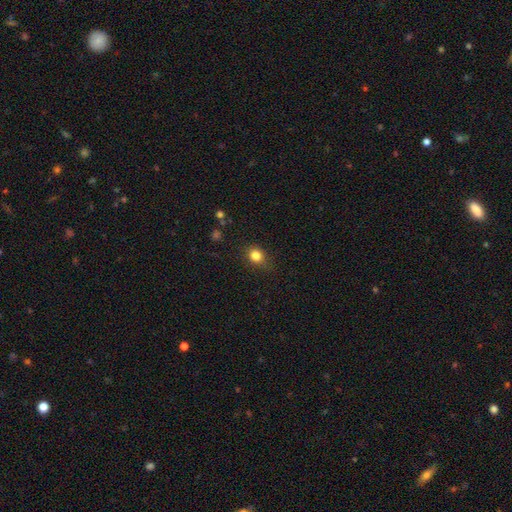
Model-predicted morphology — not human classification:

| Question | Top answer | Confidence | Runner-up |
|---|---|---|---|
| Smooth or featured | smooth | 82% | star or artifact (12%) |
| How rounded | round | 69% | in between (30%) |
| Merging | none | 81% | minor disturbance (14%) |